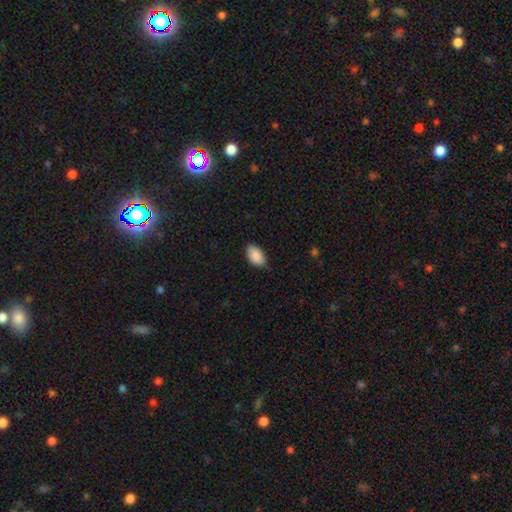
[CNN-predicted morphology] type=smooth (89%); roundness=in between (94%); merging=none (79%).